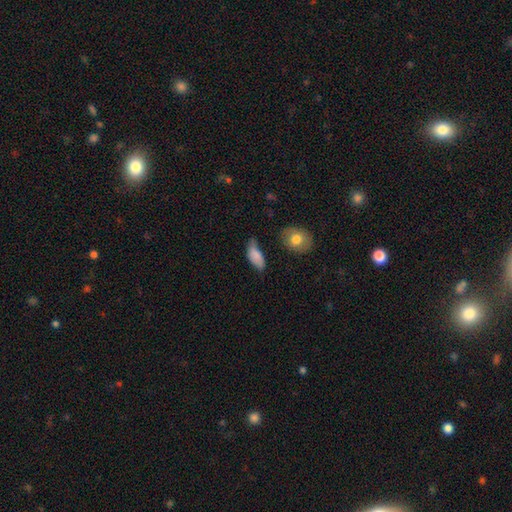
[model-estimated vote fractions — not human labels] Smooth or featured?
  - smooth: 81% *
  - featured or disk: 12%
  - star or artifact: 7%
How rounded?
  - in between: 89% *
  - cigar-shaped: 8%
  - round: 3%
Merging?
  - none: 49% *
  - minor disturbance: 36%
  - major disturbance: 10%
  - merger: 5%